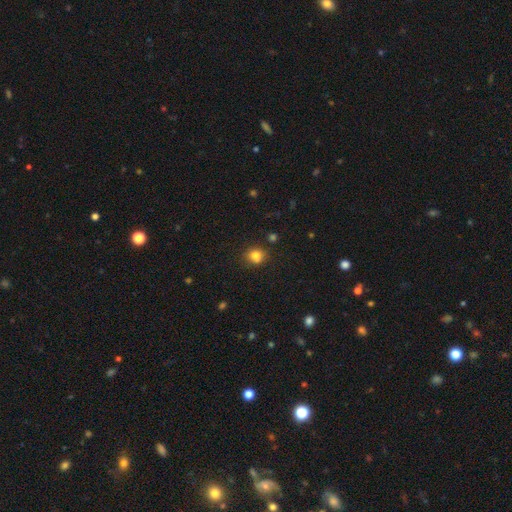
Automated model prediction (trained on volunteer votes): A smooth galaxy with no disk features (80%) that is round (77%). Merging: none (75%).